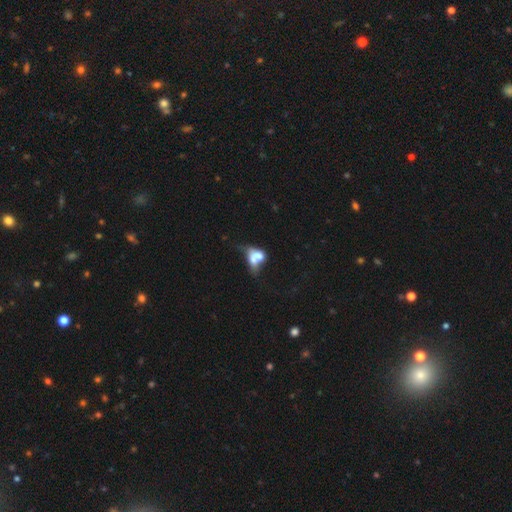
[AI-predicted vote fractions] A smooth galaxy with no disk features (57%) that is in between round and cigar-shaped (74%).

Vote fractions:
- Smooth or featured? smooth: 57% / featured or disk: 32% / star or artifact: 11%
- How rounded? in between: 74% / round: 21% / cigar-shaped: 6%
- Merging? merger: 57% / major disturbance: 19% / none: 14% / minor disturbance: 10%